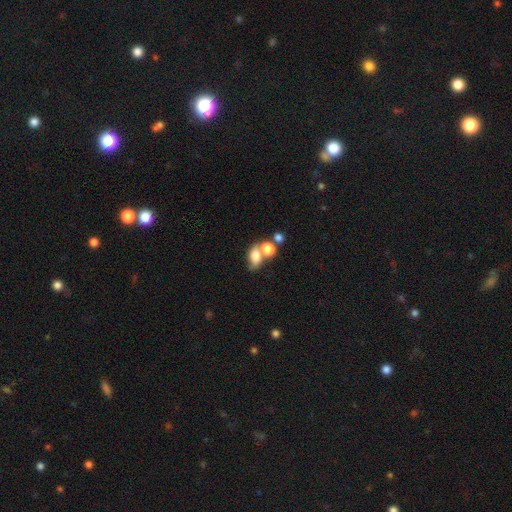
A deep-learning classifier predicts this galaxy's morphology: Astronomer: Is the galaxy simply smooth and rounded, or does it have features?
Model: smooth — 72%.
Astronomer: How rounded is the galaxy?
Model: in between — 75%.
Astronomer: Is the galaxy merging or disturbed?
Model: merger — 52% (runner-up: none, 29%).